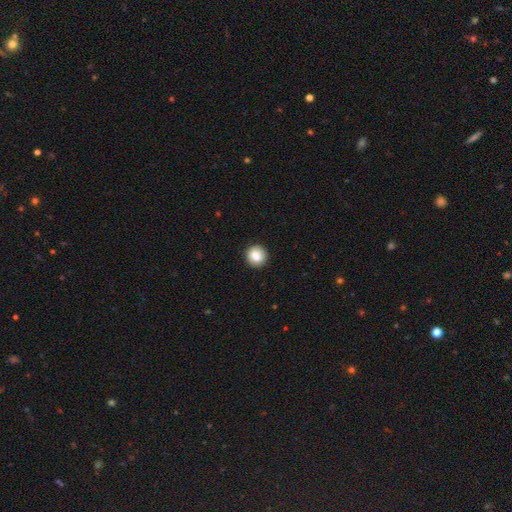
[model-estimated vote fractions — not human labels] Smooth or featured: smooth — 82% (featured or disk — 10%)
How rounded: round — 91% (in between — 8%)
Merging: none — 92% (minor disturbance — 5%)